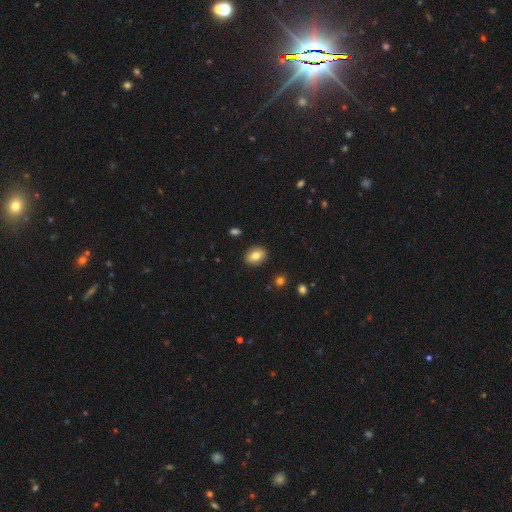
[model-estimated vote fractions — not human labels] This appears to be a smooth galaxy with no disk features (78%) that is in between round and cigar-shaped (70%). Merging: none (89%).